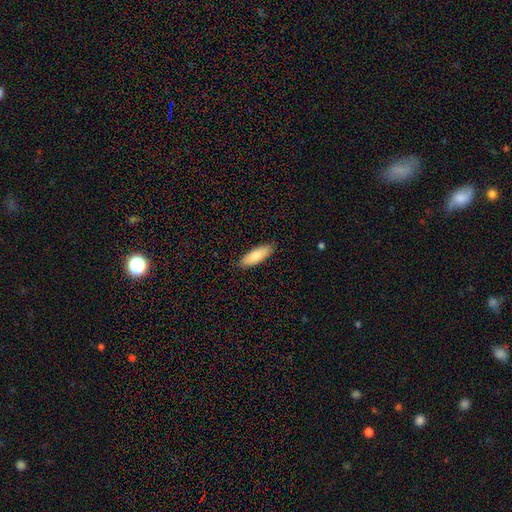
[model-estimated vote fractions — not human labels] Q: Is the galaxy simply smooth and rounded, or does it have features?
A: smooth — 83%.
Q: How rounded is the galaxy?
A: in between — 60%.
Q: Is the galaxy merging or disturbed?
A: none — 88%.